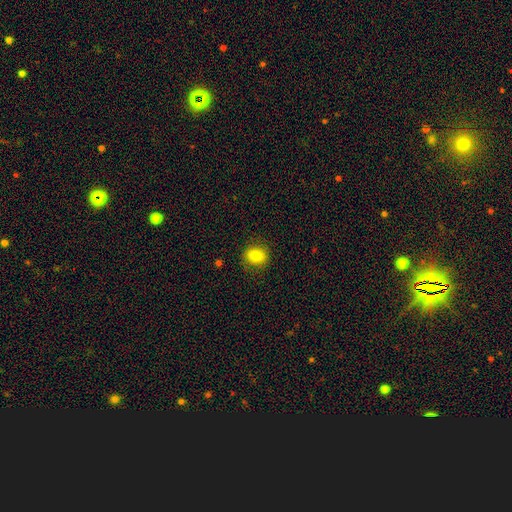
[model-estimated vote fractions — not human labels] A smooth galaxy with no disk features (82%) that is round (51%).

Vote fractions:
- Smooth or featured? smooth: 82% / star or artifact: 10% / featured or disk: 8%
- How rounded? round: 51% / in between: 48% / cigar-shaped: 1%
- Merging? none: 85% / minor disturbance: 11% / major disturbance: 3% / merger: 1%